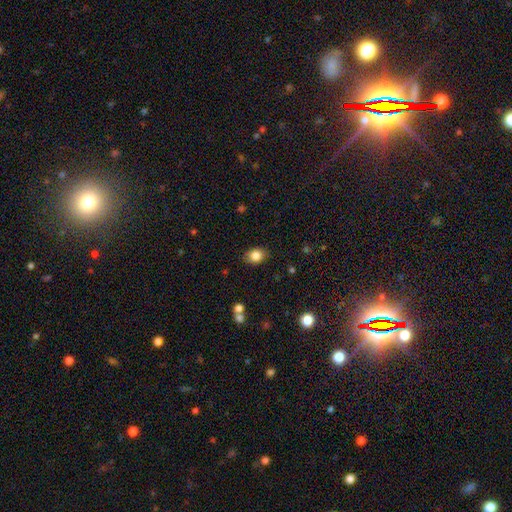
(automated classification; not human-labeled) smooth-or-featured: smooth: 84% | star or artifact: 9% | featured or disk: 7%
  how-rounded: in between: 58% | round: 41% | cigar-shaped: 1%
  merging: none: 83% | minor disturbance: 12% | major disturbance: 3% | merger: 2%